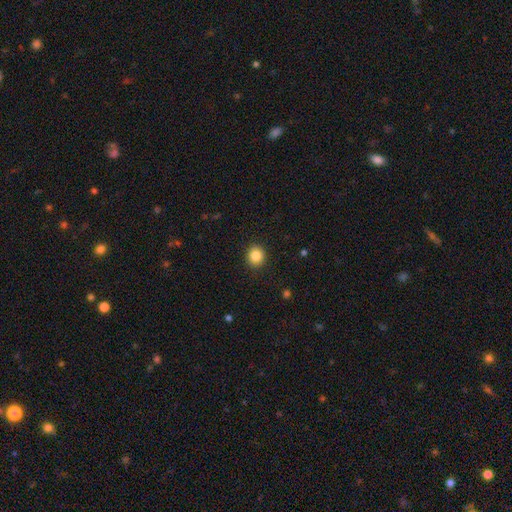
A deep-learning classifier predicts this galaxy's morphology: smooth_or_featured: smooth (p=0.86) [alt: star or artifact p=0.10]
how_rounded: round (p=0.87) [alt: in between p=0.12]
merging: none (p=0.92) [alt: minor disturbance p=0.06]